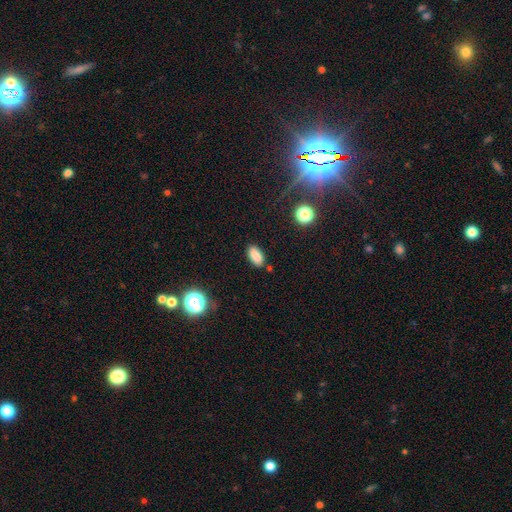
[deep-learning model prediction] A smooth galaxy with no disk features (85%) that is in between round and cigar-shaped (89%).

Vote fractions:
- Smooth or featured? smooth: 85% / star or artifact: 10% / featured or disk: 5%
- How rounded? in between: 89% / cigar-shaped: 7% / round: 4%
- Merging? none: 85% / minor disturbance: 10% / major disturbance: 2% / merger: 2%